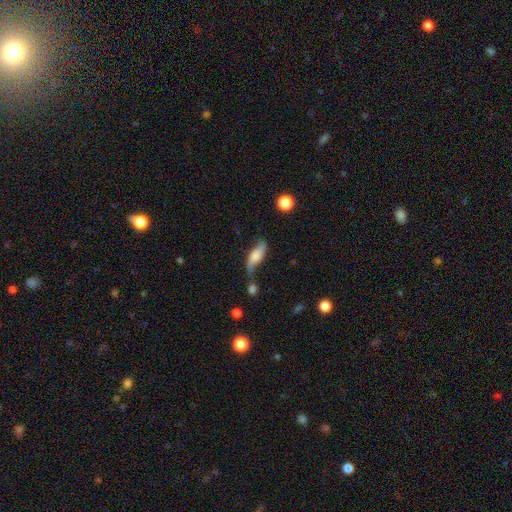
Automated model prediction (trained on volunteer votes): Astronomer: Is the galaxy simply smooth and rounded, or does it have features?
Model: smooth — 48% (runner-up: featured or disk, 44%).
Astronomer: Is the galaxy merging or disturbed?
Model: none — 39% (runner-up: minor disturbance, 28%).